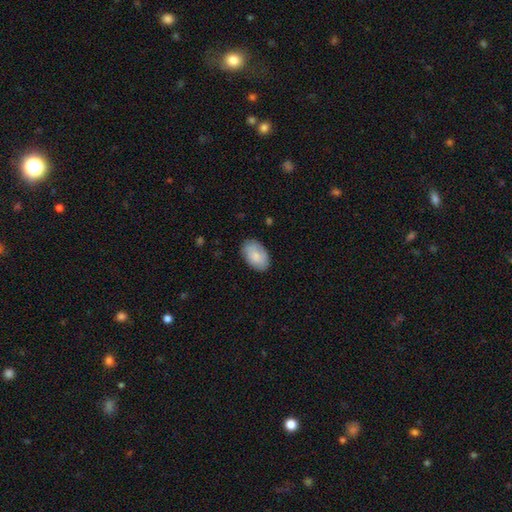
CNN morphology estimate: The model was most divided on "smooth or featured": smooth: 82%, featured or disk: 13%, star or artifact: 6%. More confident: how rounded — in between (92%); merging — none (83%).